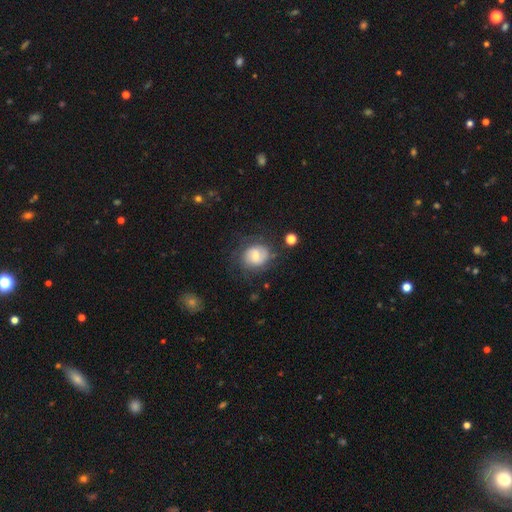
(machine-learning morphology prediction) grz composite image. It shows a featured or disk galaxy (47%). Merging: none (63%).